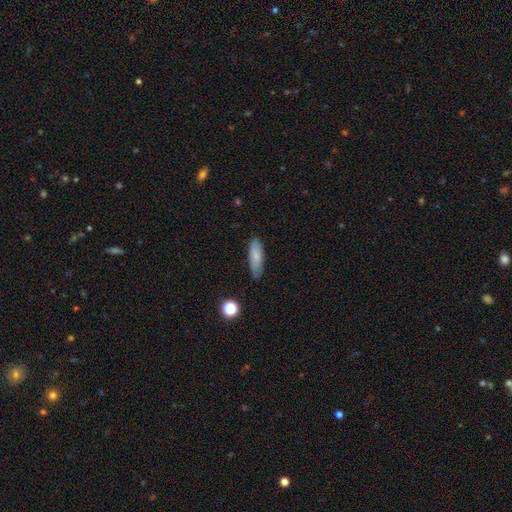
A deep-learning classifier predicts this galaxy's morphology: smooth-or-featured: smooth: 76% | featured or disk: 16% | star or artifact: 8%
  how-rounded: in between: 56% | cigar-shaped: 41% | round: 2%
  merging: none: 77% | minor disturbance: 18% | major disturbance: 4% | merger: 1%